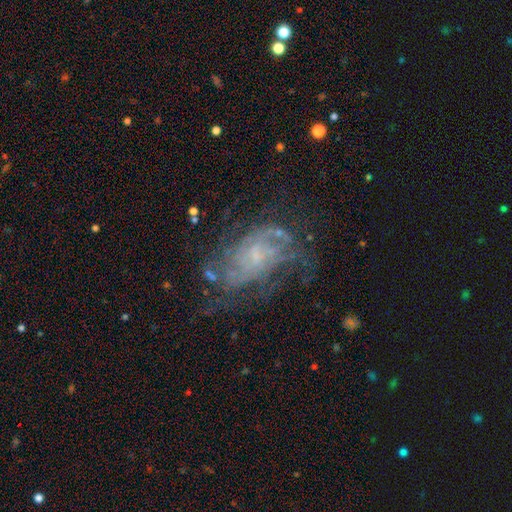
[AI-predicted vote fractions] This appears to be a featured or disk galaxy (76%) with no bar (67%), tight (43%) spiral arms (84%) and a small central bulge (57%). Merging: none (58%).